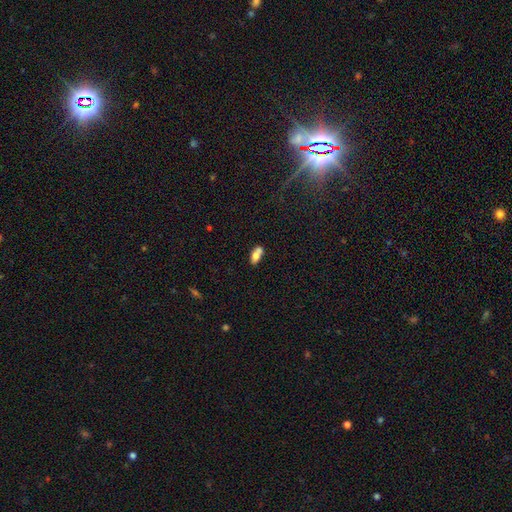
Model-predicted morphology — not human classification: Smooth or featured? smooth (72%)
How rounded? in between (85%)
Merging? merger (45%)